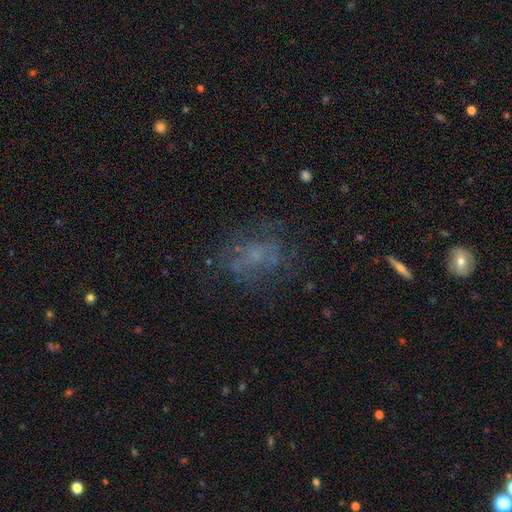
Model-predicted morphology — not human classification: Smooth or featured? featured or disk (44%)
Merging? none (59%)